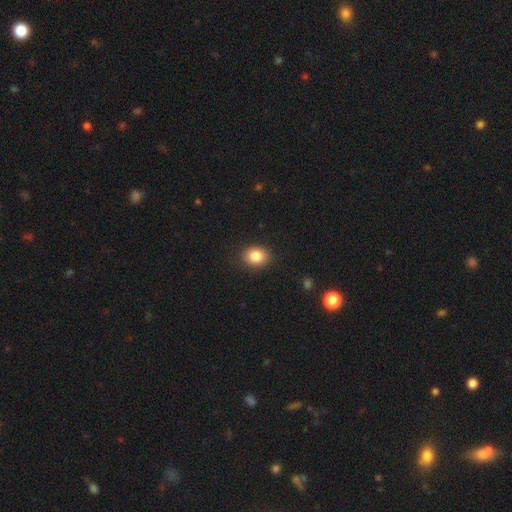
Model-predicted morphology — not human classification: smooth_or_featured: smooth (p=0.85) [alt: star or artifact p=0.09]
how_rounded: round (p=0.51) [alt: in between p=0.49]
merging: none (p=0.88) [alt: minor disturbance p=0.09]